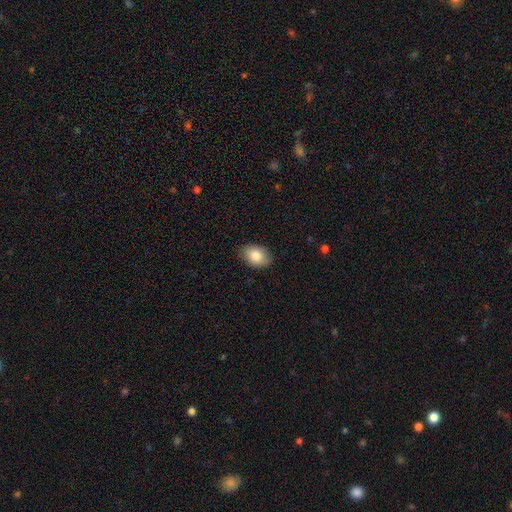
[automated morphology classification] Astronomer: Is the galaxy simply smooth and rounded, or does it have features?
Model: smooth — 84%.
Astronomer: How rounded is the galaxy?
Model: in between — 83%.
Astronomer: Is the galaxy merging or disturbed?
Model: none — 85%.